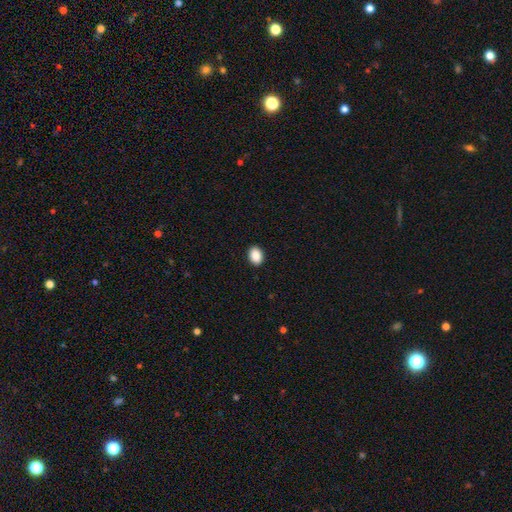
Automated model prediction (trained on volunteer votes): Smooth or featured? Predicted: smooth (p=0.90). How rounded? Predicted: in between (p=0.76). Merging? Predicted: none (p=0.91).